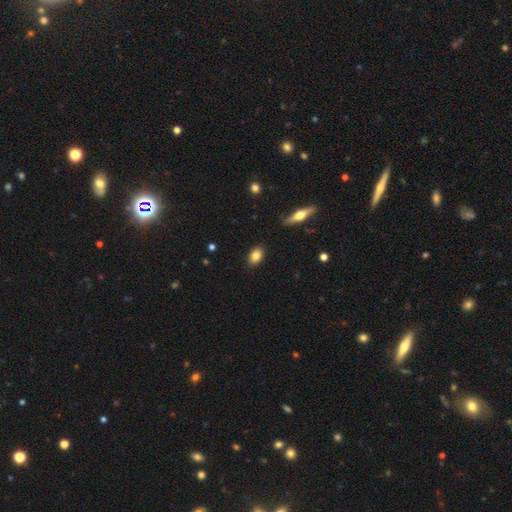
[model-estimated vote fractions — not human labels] This appears to be a smooth galaxy with no disk features (84%) that is in between round and cigar-shaped (75%). Merging: none (89%).